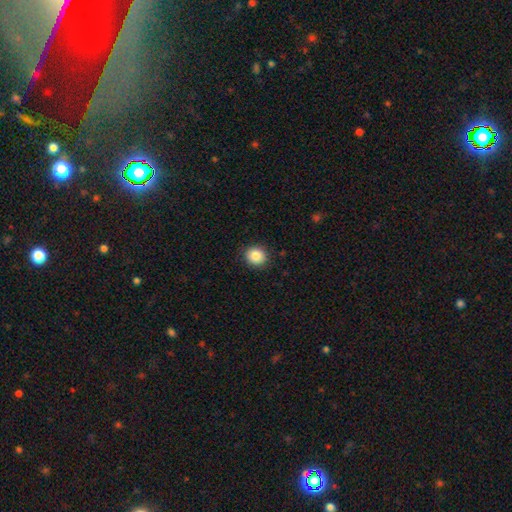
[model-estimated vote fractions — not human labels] Q: Smooth or featured?
A: smooth (86%); runner-up: star or artifact (9%)
Q: How rounded?
A: round (84%); runner-up: in between (15%)
Q: Merging?
A: none (90%); runner-up: minor disturbance (7%)